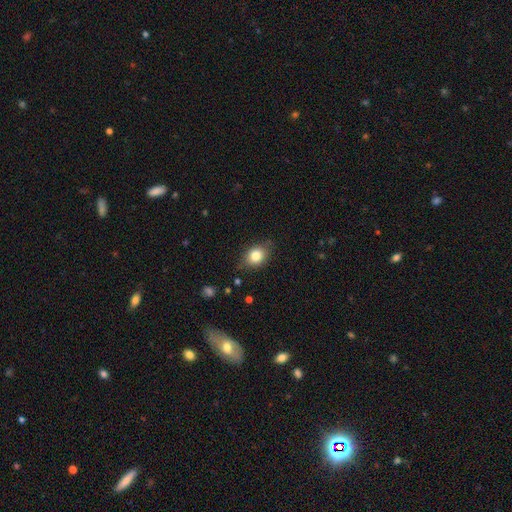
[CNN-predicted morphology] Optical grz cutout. It shows a smooth galaxy with no disk features (81%) that is in between round and cigar-shaped (59%). Merging: none (76%).